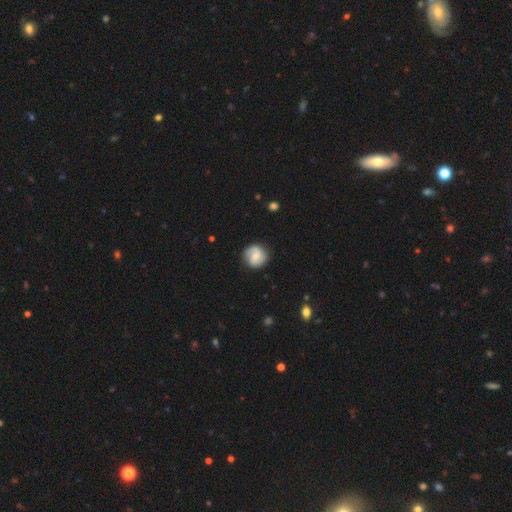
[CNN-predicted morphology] featured or disk 56%, smooth 37%, star or artifact 7%. Down the decision tree: edge-on disk — no (98%); bar — no (48%); spiral arms — yes (91%); spiral arm count — 2 (76%); spiral winding — medium (42%); bulge size — small (49%); merging — none (80%).